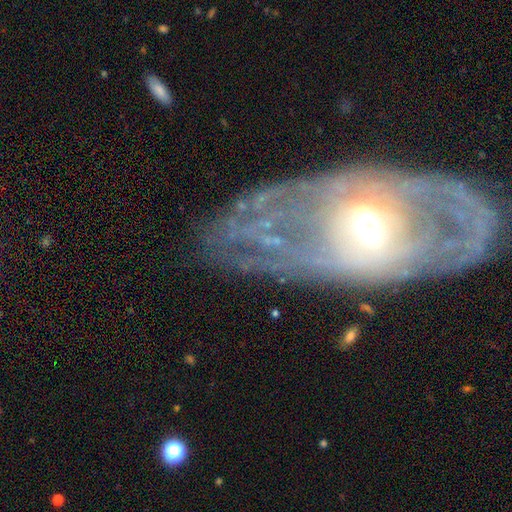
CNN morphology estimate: The model was most divided on "bar": weak: 41%, no: 30%, strong: 29%. More confident: edge-on disk — no (85%); smooth or featured — featured or disk (80%); merging — none (71%); spiral arms — yes (66%); bulge size — moderate (65%).